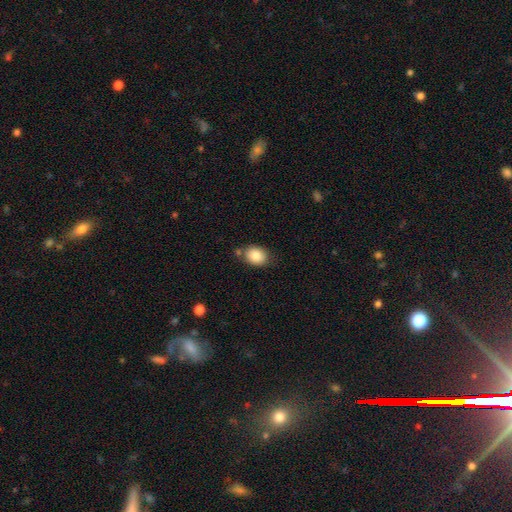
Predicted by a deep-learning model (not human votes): Q: Smooth or featured?
A: smooth (86%); runner-up: star or artifact (8%)
Q: How rounded?
A: in between (65%); runner-up: round (34%)
Q: Merging?
A: none (73%); runner-up: minor disturbance (16%)